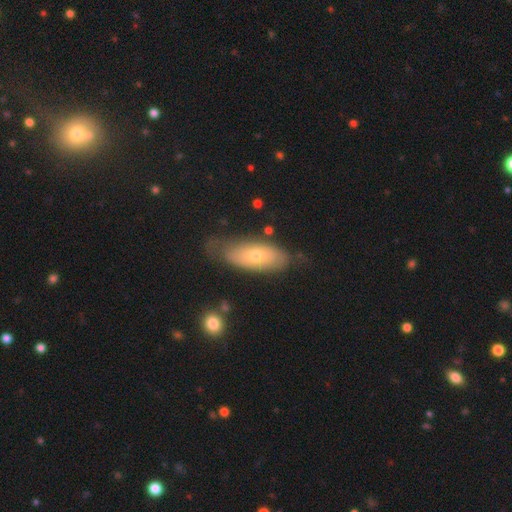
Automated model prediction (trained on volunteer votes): smooth-or-featured: smooth: 56% | featured or disk: 38% | star or artifact: 7%
  how-rounded: in between: 82% | cigar-shaped: 15% | round: 3%
  merging: none: 61% | minor disturbance: 27% | major disturbance: 10% | merger: 3%